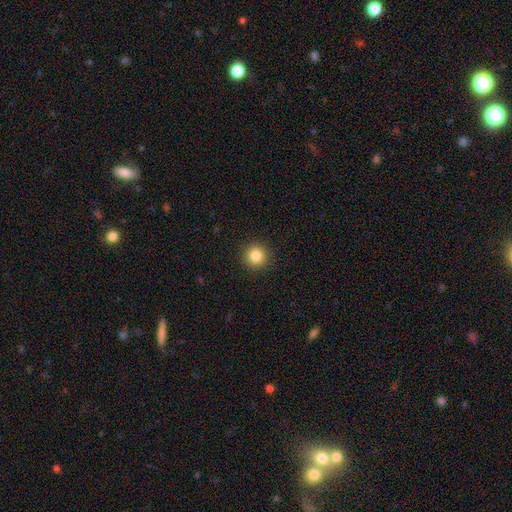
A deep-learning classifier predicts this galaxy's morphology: Smooth or featured? smooth (85%)
How rounded? round (95%)
Merging? none (92%)